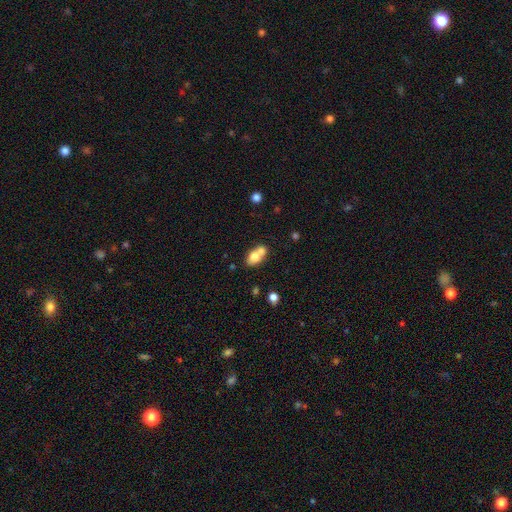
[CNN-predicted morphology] smooth-or-featured: smooth: 73% | featured or disk: 18% | star or artifact: 9%
  how-rounded: in between: 78% | round: 19% | cigar-shaped: 3%
  merging: merger: 57% | none: 29% | minor disturbance: 10% | major disturbance: 4%